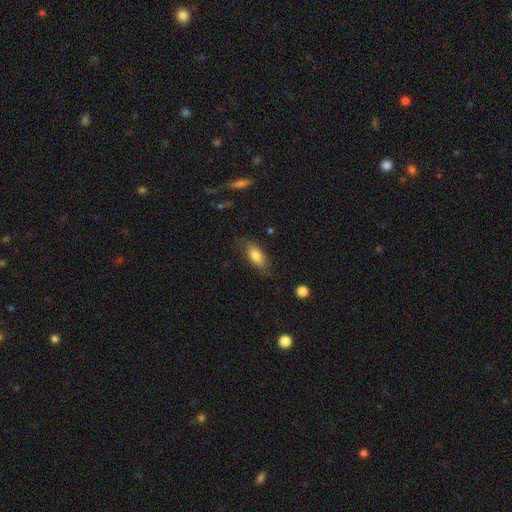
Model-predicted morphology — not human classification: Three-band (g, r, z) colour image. It shows a smooth galaxy with no disk features (74%) that is in between round and cigar-shaped (77%). Merging: none (75%).